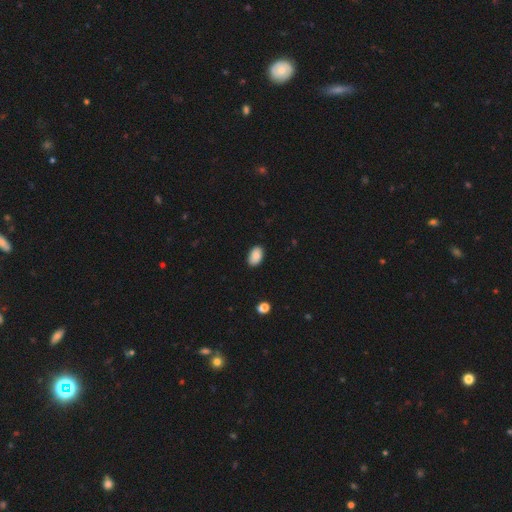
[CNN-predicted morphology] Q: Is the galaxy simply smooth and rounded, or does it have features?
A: smooth — 89%.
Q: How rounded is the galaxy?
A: in between — 92%.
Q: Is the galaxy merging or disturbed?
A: none — 84%.